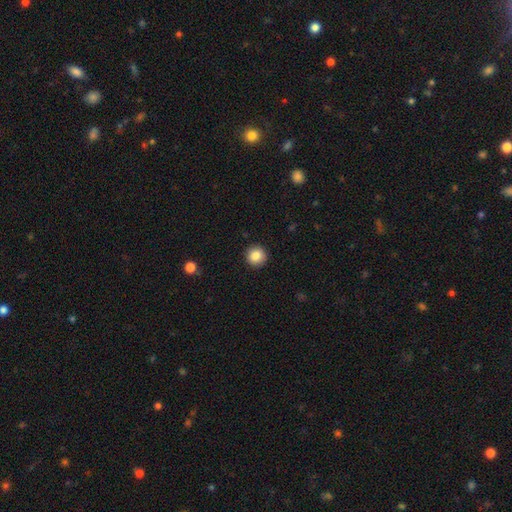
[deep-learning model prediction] A smooth galaxy with no disk features (85%) that is round (95%). Merging: none (93%).